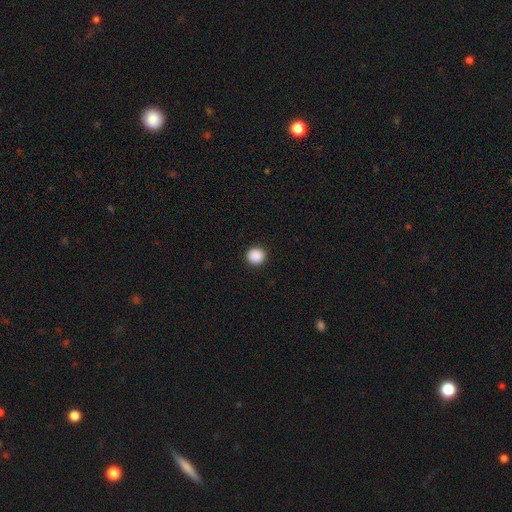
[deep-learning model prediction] Smooth or featured?
  - smooth: 89% *
  - star or artifact: 9%
  - featured or disk: 2%
How rounded?
  - round: 93% *
  - in between: 6%
  - cigar-shaped: 1%
Merging?
  - none: 93% *
  - minor disturbance: 4%
  - major disturbance: 2%
  - merger: 1%